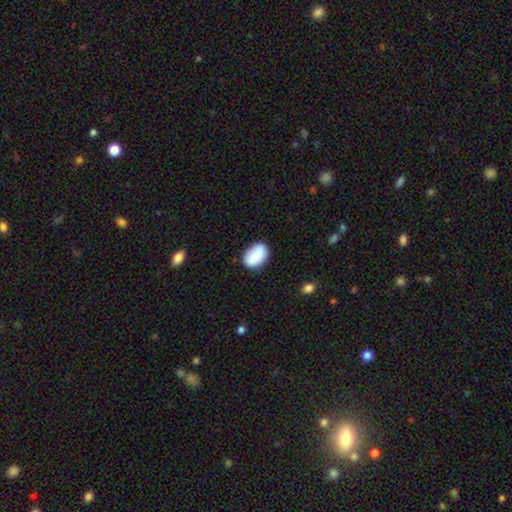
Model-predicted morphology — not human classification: Smooth or featured? smooth (85%)
How rounded? in between (87%)
Merging? none (83%)